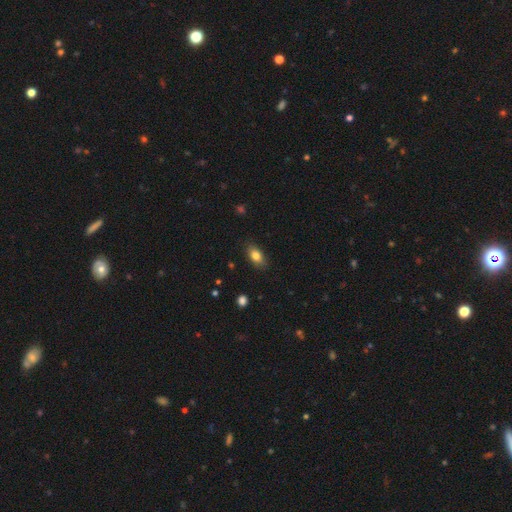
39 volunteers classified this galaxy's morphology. Smooth or featured: smooth — 82% (featured or disk — 10%)
How rounded: in between — 69% (round — 16%)
Merging: none — 81% (minor disturbance — 11%)